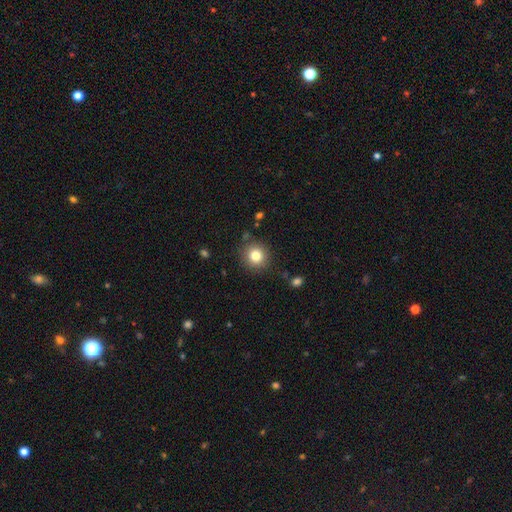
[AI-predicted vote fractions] Q: Smooth or featured?
A: smooth (81%); runner-up: star or artifact (12%)
Q: How rounded?
A: round (92%); runner-up: in between (7%)
Q: Merging?
A: none (87%); runner-up: minor disturbance (8%)